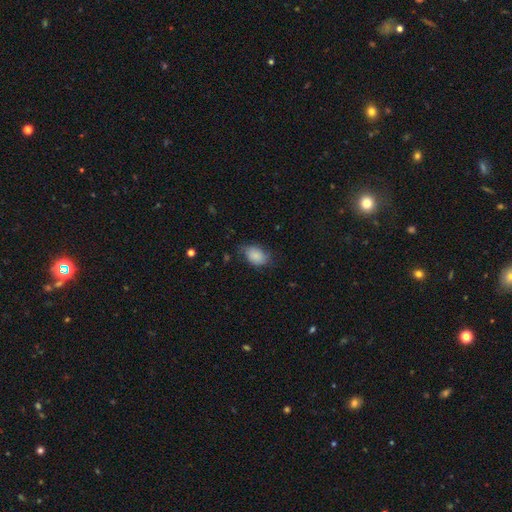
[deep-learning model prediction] Smooth or featured?
  - smooth: 82% *
  - featured or disk: 10%
  - star or artifact: 8%
How rounded?
  - in between: 84% *
  - round: 15%
  - cigar-shaped: 1%
Merging?
  - none: 57% *
  - minor disturbance: 32%
  - major disturbance: 9%
  - merger: 2%